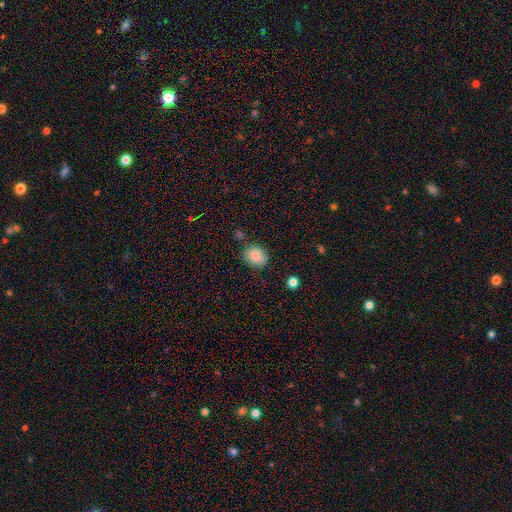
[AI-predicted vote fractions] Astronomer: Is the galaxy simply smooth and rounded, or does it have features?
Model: smooth — 85%.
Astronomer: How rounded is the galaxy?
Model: round — 60% (runner-up: in between, 39%).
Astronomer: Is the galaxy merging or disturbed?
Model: none — 80%.